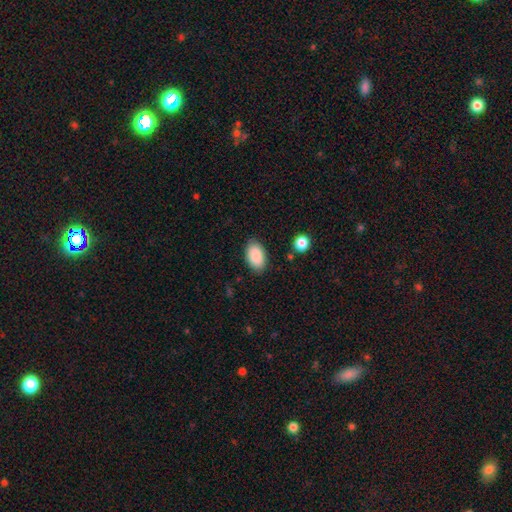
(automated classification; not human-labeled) A smooth galaxy with no disk features (89%) that is in between round and cigar-shaped (93%). Merging: none (84%).